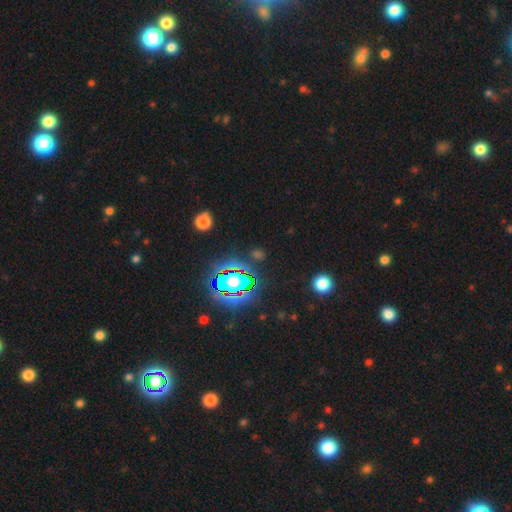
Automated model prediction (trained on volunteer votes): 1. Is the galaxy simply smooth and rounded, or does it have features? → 69% star or artifact, 20% smooth, 12% featured or disk.